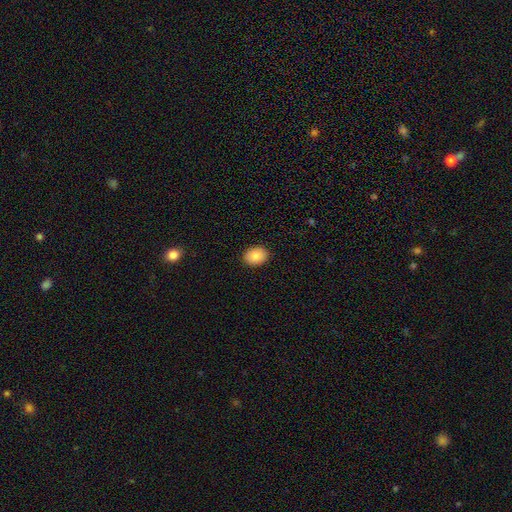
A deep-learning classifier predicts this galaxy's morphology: smooth_or_featured: smooth (p=0.83) [alt: featured or disk p=0.10]
how_rounded: in between (p=0.66) [alt: round p=0.33]
merging: none (p=0.91) [alt: minor disturbance p=0.07]